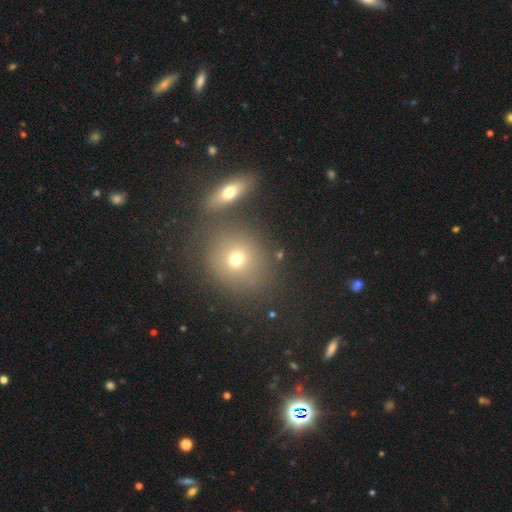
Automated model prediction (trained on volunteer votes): A smooth galaxy with no disk features (57%) that is round (74%). Merging: none (72%).